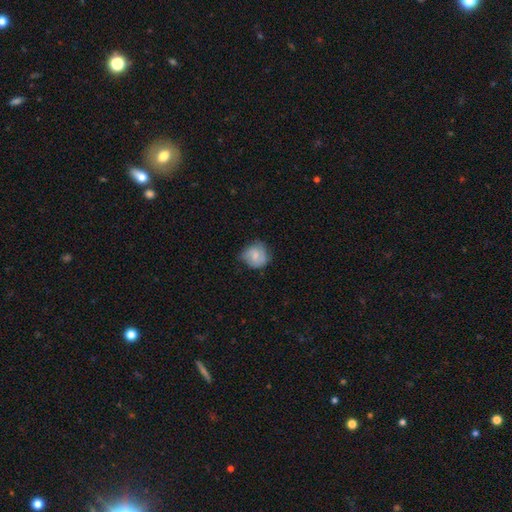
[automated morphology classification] smooth-or-featured: smooth: 58% | featured or disk: 35% | star or artifact: 7%
  how-rounded: round: 78% | in between: 21% | cigar-shaped: 1%
  merging: none: 55% | minor disturbance: 34% | major disturbance: 10% | merger: 1%